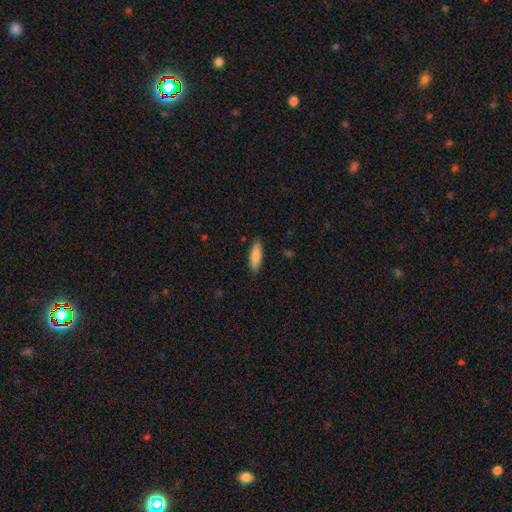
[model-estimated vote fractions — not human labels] This appears to be a smooth galaxy with no disk features (86%) that is in between round and cigar-shaped (55%). Merging: none (88%).